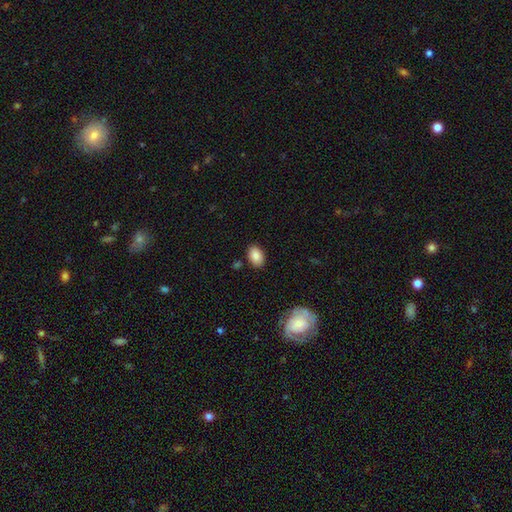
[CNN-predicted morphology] type=smooth (87%); roundness=in between (86%); merging=none (84%).